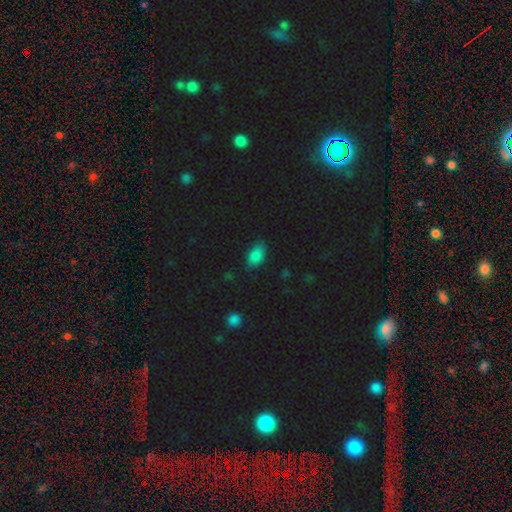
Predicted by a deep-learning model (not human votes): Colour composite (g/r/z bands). It shows a smooth galaxy with no disk features (83%) that is in between round and cigar-shaped (90%). Merging: none (77%).